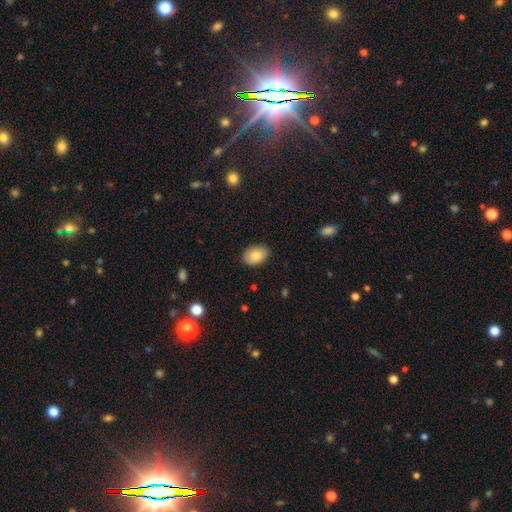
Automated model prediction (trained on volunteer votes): Smooth or featured? Predicted: smooth (p=0.84). How rounded? Predicted: in between (p=0.85). Merging? Predicted: none (p=0.87).